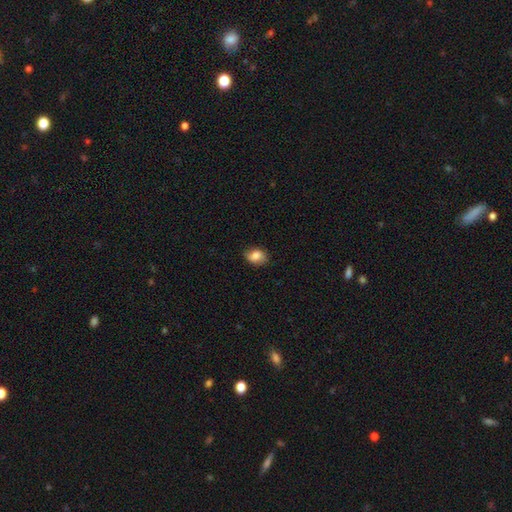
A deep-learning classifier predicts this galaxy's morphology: The model was most divided on "how rounded": in between: 64%, round: 35%, cigar-shaped: 1%. More confident: smooth or featured — smooth (80%); merging — none (78%).